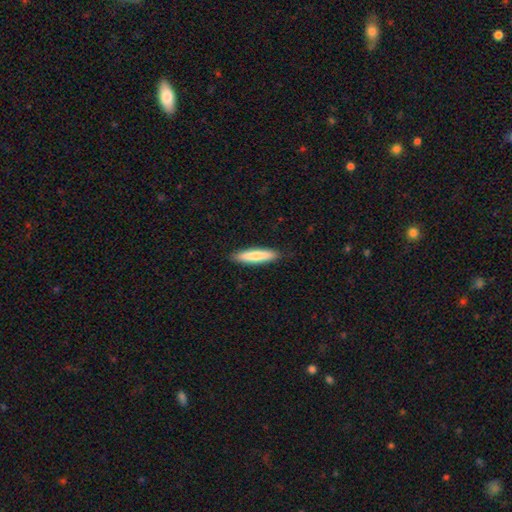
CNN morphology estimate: A smooth galaxy with no disk features (80%) that is cigar-shaped (83%). Merging: none (89%).